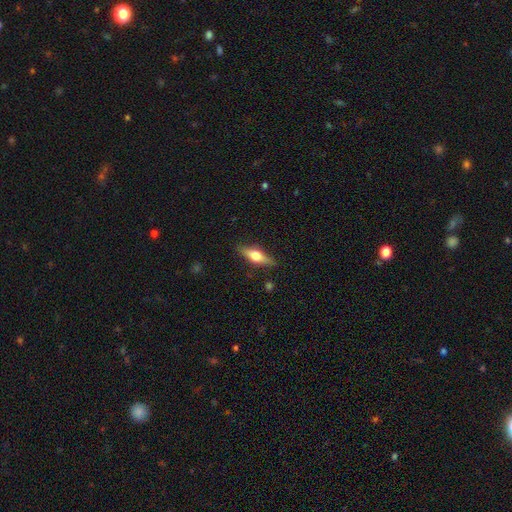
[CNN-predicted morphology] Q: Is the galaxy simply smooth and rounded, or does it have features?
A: featured or disk — 51%.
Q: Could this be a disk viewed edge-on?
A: yes — 93%.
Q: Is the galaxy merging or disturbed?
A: none — 85%.